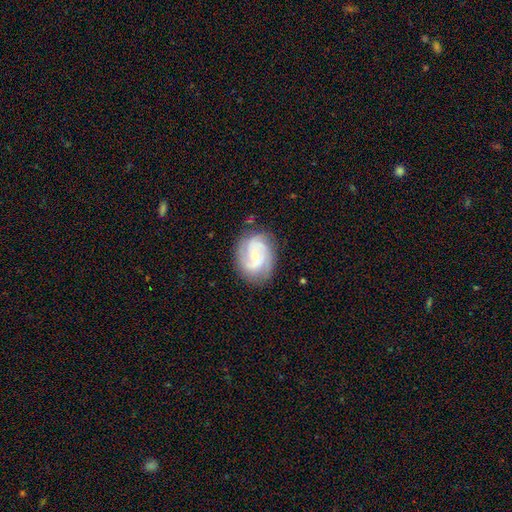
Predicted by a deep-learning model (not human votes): Morphology: type=featured or disk (84%); edge-on=no (98%); bar=no (57%); spiral arms=yes (97%); winding=medium (45%); arm count=3 (38%); bulge=small (68%); merging=none (78%).